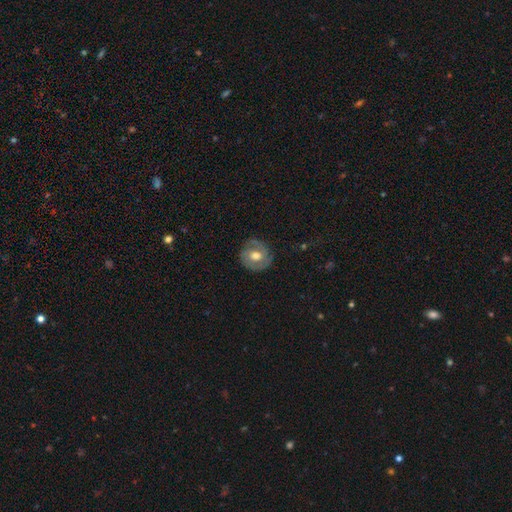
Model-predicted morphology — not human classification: type=featured or disk (54%); edge-on=no (96%); bar=no (63%); spiral arms=yes (62%); bulge=moderate (69%); merging=none (80%).